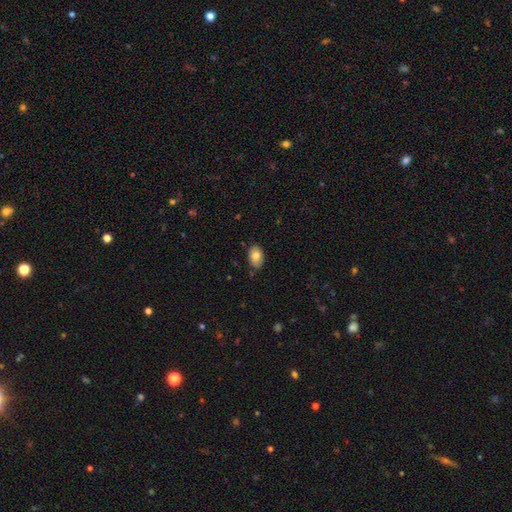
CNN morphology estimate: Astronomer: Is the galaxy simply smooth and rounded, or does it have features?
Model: smooth — 80%.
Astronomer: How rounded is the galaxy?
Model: in between — 87%.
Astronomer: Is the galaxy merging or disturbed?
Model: none — 81%.